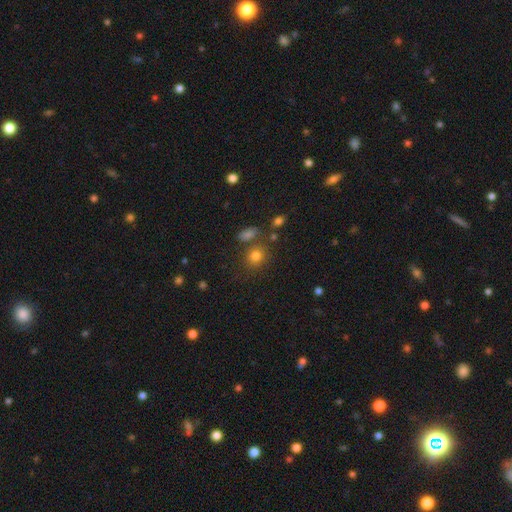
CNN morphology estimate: Overall: smooth (79%). How rounded: round (70%). Merging: none (69%).